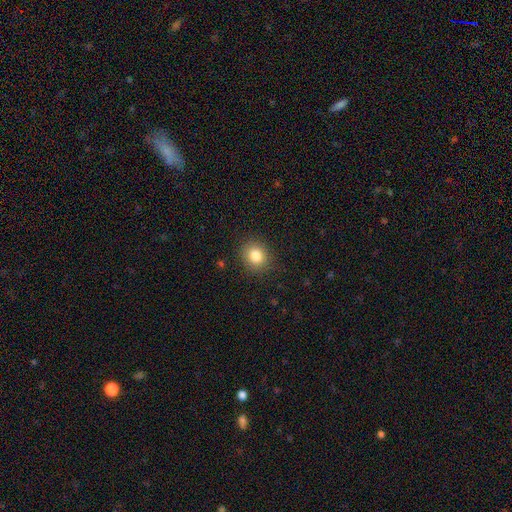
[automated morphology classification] A smooth galaxy with no disk features (83%) that is round (72%). Merging: none (88%).